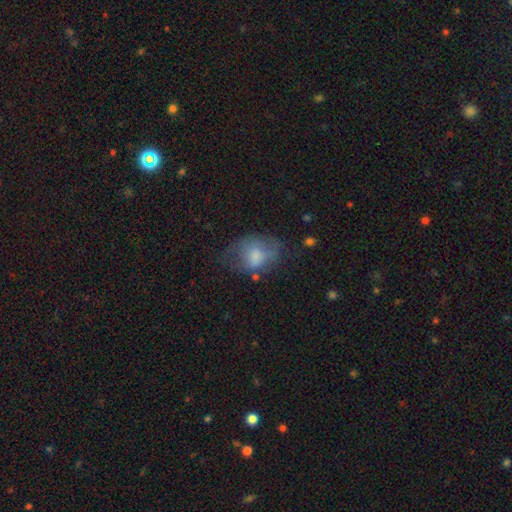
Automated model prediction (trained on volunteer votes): Smooth or featured: smooth — 65% (featured or disk — 26%)
How rounded: in between — 66% (round — 33%)
Merging: none — 36% (major disturbance — 31%)